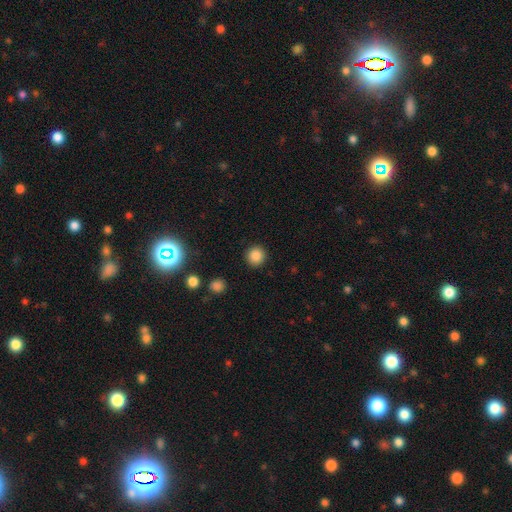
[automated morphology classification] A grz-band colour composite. It shows a smooth galaxy with no disk features (85%) that is round (94%). Merging: none (92%).